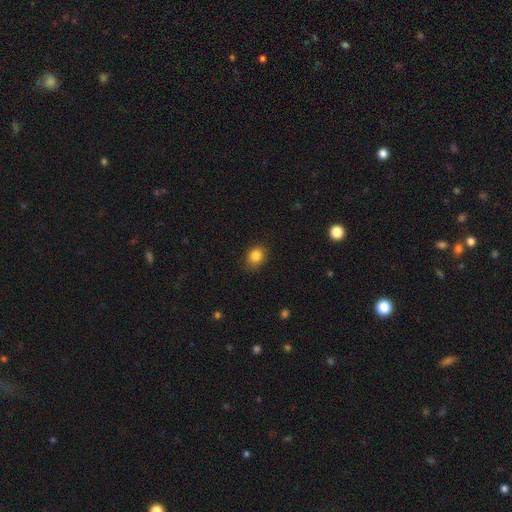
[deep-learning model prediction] Smooth or featured: smooth — 85% (star or artifact — 10%)
How rounded: round — 59% (in between — 40%)
Merging: none — 83% (minor disturbance — 13%)